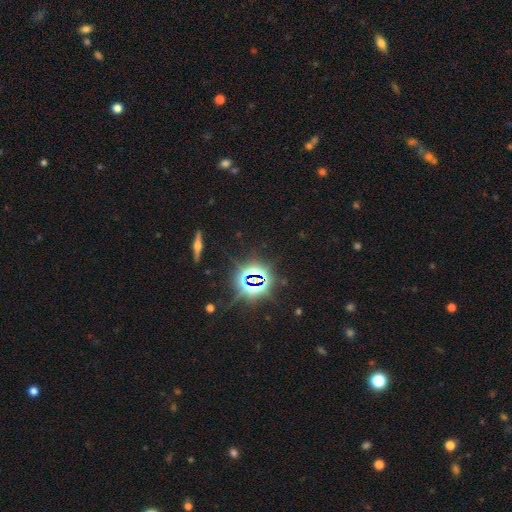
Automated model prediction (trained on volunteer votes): Smooth or featured: star or artifact — 79% (smooth — 13%)